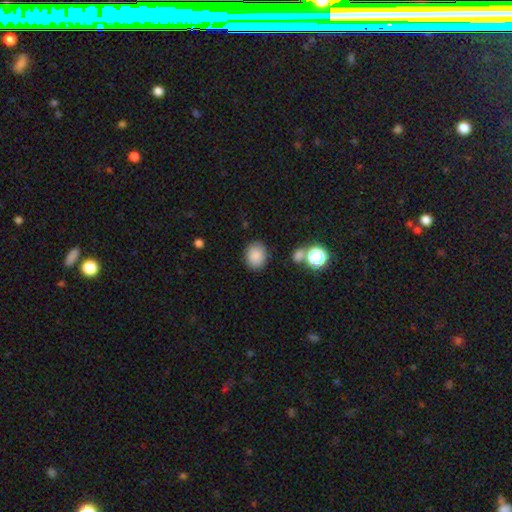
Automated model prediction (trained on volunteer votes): This is clearly a smooth galaxy (85%). How rounded: possibly round (60%). Merging: clearly none (83%).